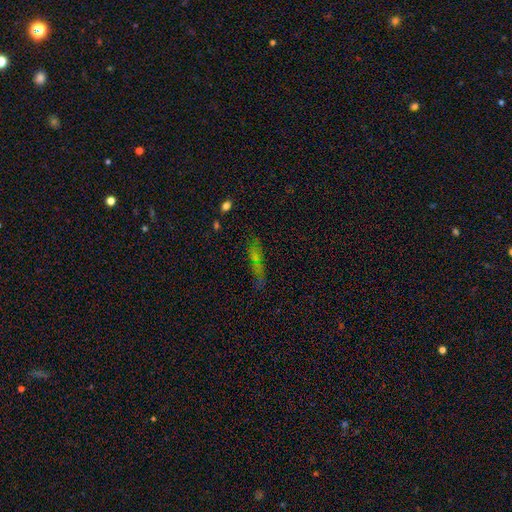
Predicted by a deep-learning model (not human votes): Smooth or featured: smooth — 44% (featured or disk — 30%)
Merging: none — 69% (minor disturbance — 18%)